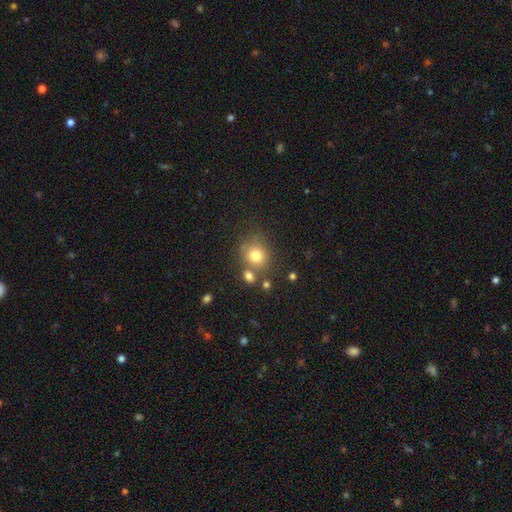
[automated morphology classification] Smooth or featured: smooth — 76% (star or artifact — 13%)
How rounded: round — 77% (in between — 22%)
Merging: none — 63% (merger — 19%)